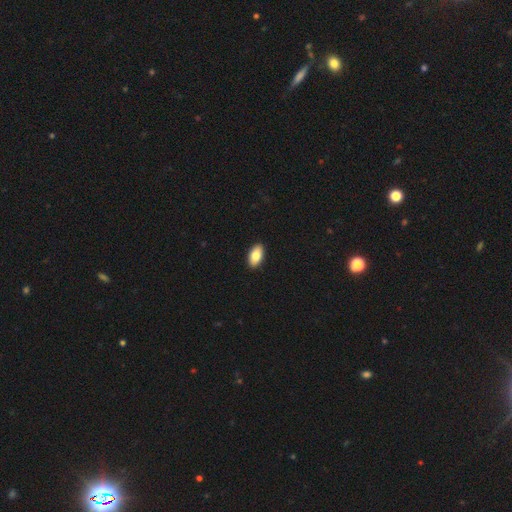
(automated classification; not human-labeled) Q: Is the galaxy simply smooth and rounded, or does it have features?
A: smooth — 83%.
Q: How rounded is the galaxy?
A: in between — 94%.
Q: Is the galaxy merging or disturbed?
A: none — 91%.